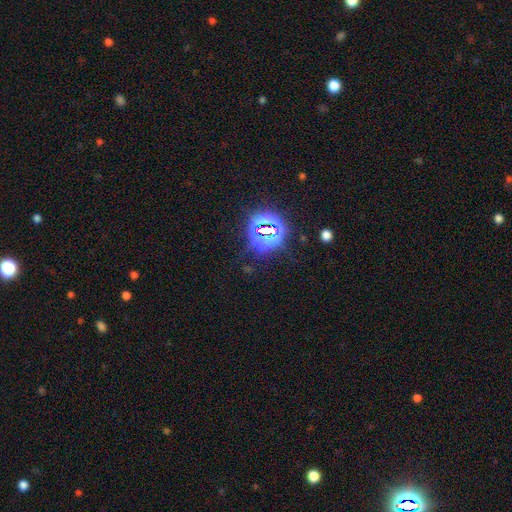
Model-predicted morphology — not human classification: Smooth or featured: star or artifact — 84% (smooth — 10%)